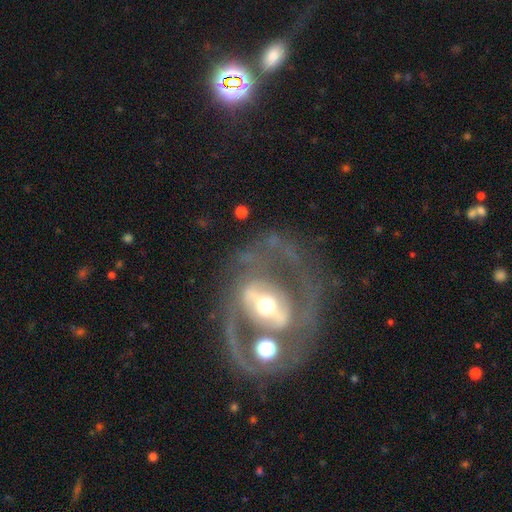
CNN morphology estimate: featured or disk 82%, smooth 10%, star or artifact 8%. Down the decision tree: edge-on disk — no (95%); bar — strong (54%); spiral arms — yes (74%); spiral arm count — 2 (78%); spiral winding — medium (48%); bulge size — moderate (67%); merging — none (51%).